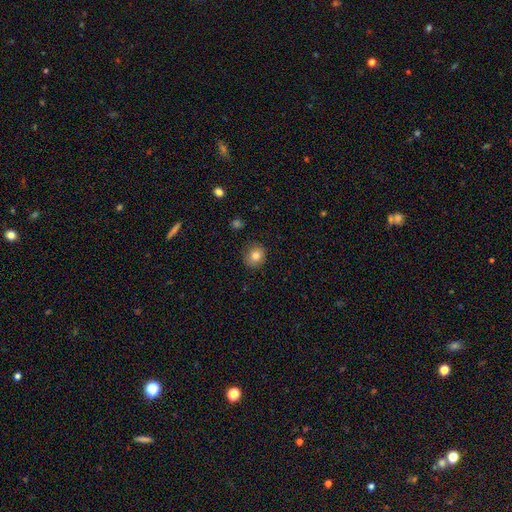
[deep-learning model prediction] The model was most divided on "how rounded": round: 82%, in between: 17%, cigar-shaped: 1%. More confident: merging — none (86%); smooth or featured — smooth (82%).